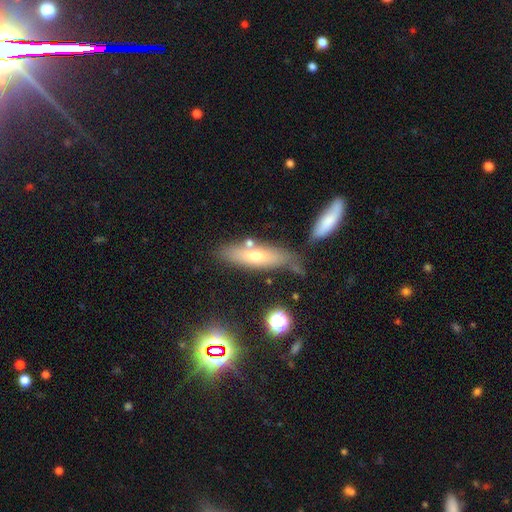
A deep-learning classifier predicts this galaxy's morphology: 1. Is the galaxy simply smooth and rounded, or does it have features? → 58% smooth, 32% featured or disk, 10% star or artifact.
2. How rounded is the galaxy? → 59% cigar-shaped, 39% in between, 2% round.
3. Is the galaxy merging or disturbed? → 64% none, 18% minor disturbance, 12% merger, 6% major disturbance.